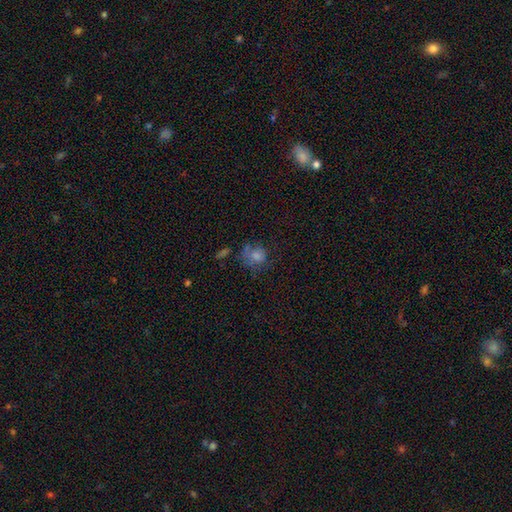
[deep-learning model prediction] Smooth or featured?
  - smooth: 73% *
  - featured or disk: 15%
  - star or artifact: 13%
How rounded?
  - round: 74% *
  - in between: 25%
  - cigar-shaped: 1%
Merging?
  - none: 45% *
  - minor disturbance: 26%
  - major disturbance: 21%
  - merger: 8%